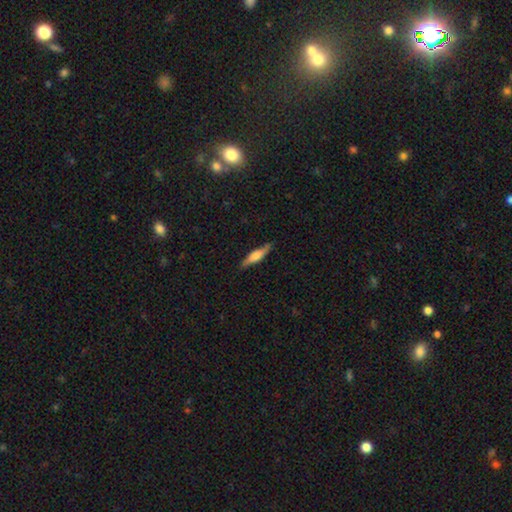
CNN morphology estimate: smooth_or_featured: smooth (p=0.49) [alt: featured or disk p=0.45]
merging: none (p=0.84) [alt: minor disturbance p=0.13]